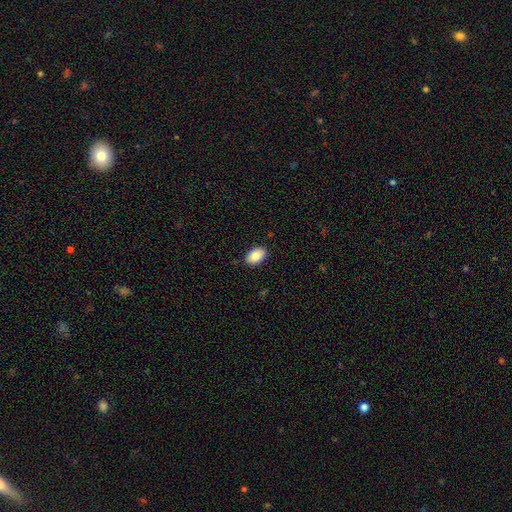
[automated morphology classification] Smooth or featured? smooth (87%)
How rounded? in between (92%)
Merging? none (88%)